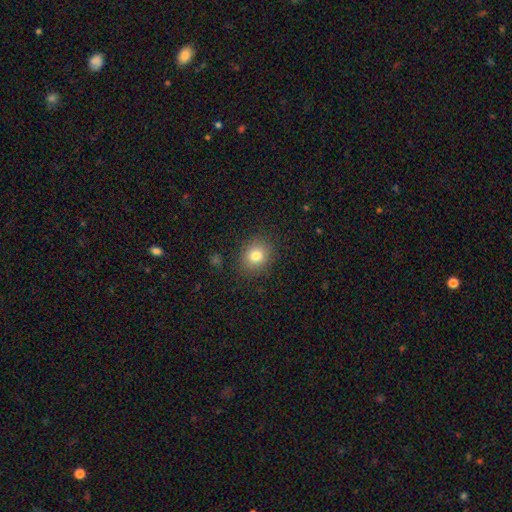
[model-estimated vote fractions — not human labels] Smooth or featured?
  - smooth: 80% *
  - star or artifact: 12%
  - featured or disk: 8%
How rounded?
  - round: 72% *
  - in between: 27%
  - cigar-shaped: 1%
Merging?
  - none: 87% *
  - minor disturbance: 9%
  - major disturbance: 3%
  - merger: 1%